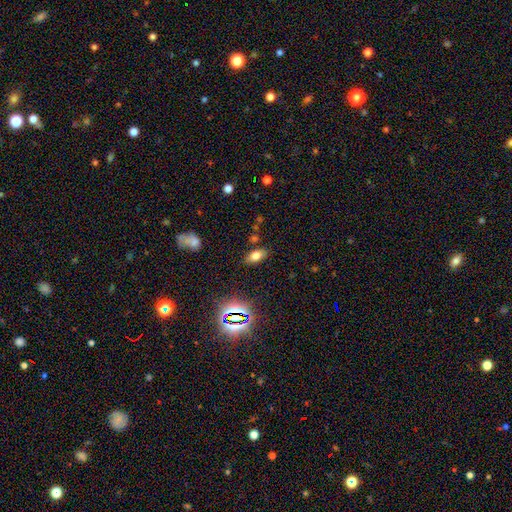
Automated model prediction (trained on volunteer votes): smooth_or_featured: smooth (p=0.71) [alt: star or artifact p=0.16]
how_rounded: in between (p=0.87) [alt: round p=0.07]
merging: none (p=0.82) [alt: minor disturbance p=0.11]